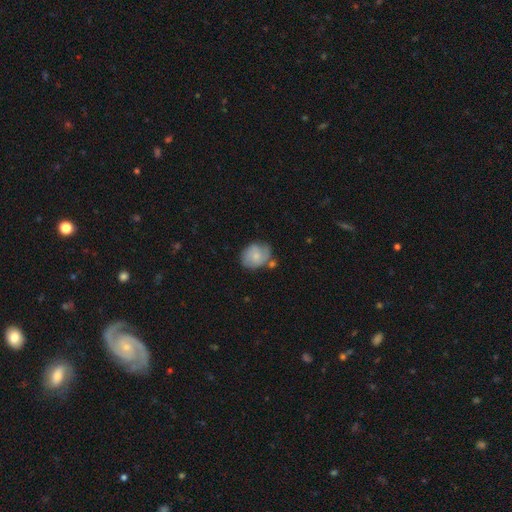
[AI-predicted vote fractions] Morphology: type=smooth (59%); roundness=round (52%); merging=none (55%).